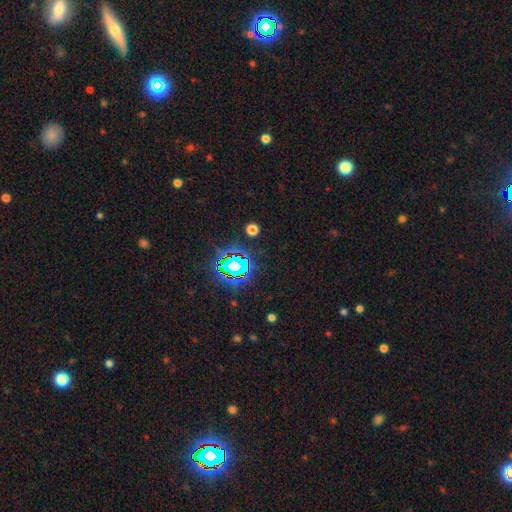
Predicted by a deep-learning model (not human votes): star or artifact 79%, smooth 13%, featured or disk 8%.